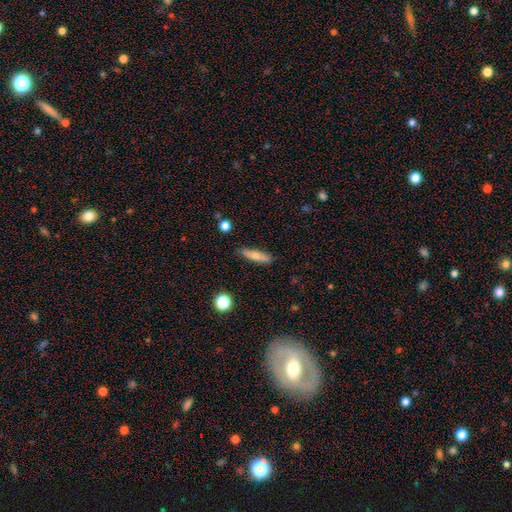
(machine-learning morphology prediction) The model was most divided on "smooth or featured": smooth: 67%, featured or disk: 25%, star or artifact: 7%. More confident: merging — none (86%); how rounded — cigar-shaped (78%).